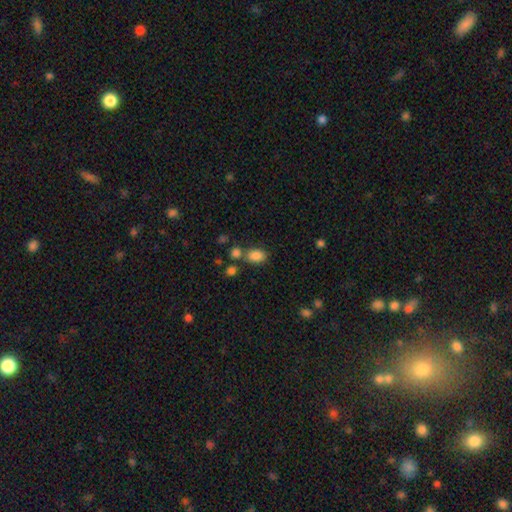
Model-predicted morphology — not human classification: Smooth or featured?
  - smooth: 85% *
  - star or artifact: 10%
  - featured or disk: 5%
How rounded?
  - in between: 81% *
  - round: 18%
  - cigar-shaped: 1%
Merging?
  - none: 63% *
  - merger: 19%
  - minor disturbance: 13%
  - major disturbance: 4%